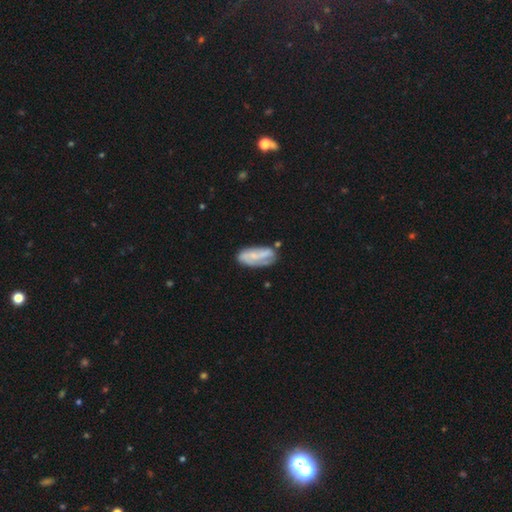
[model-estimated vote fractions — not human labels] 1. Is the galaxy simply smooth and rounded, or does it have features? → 52% featured or disk, 41% smooth, 7% star or artifact.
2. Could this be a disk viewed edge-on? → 90% no, 10% yes.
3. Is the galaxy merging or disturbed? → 58% none, 26% minor disturbance, 10% major disturbance, 7% merger.